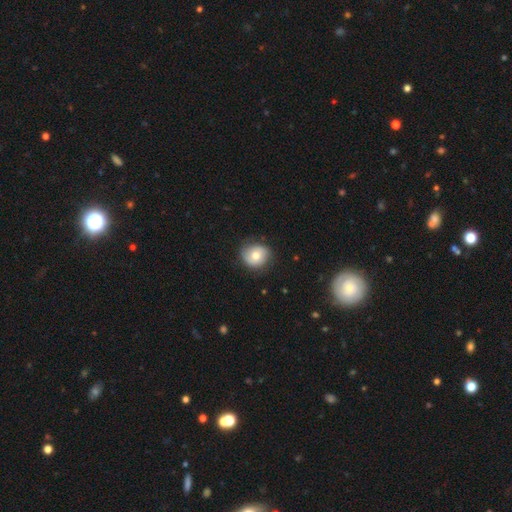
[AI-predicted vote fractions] smooth-or-featured: smooth: 66% | featured or disk: 26% | star or artifact: 8%
  how-rounded: round: 79% | in between: 20% | cigar-shaped: 1%
  merging: none: 78% | minor disturbance: 17% | major disturbance: 4% | merger: 1%